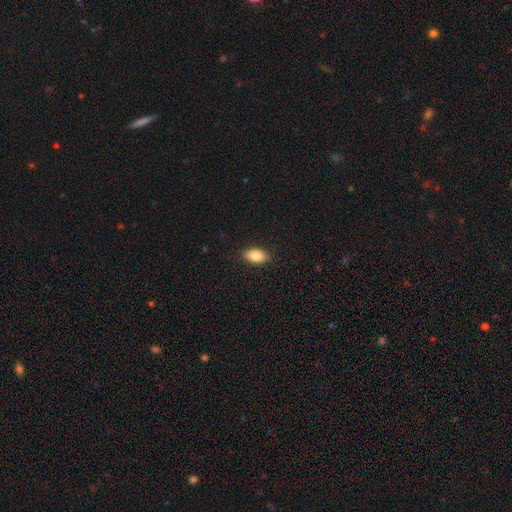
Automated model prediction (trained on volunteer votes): This appears to be a smooth galaxy with no disk features (85%) that is in between round and cigar-shaped (91%). Merging: none (89%).